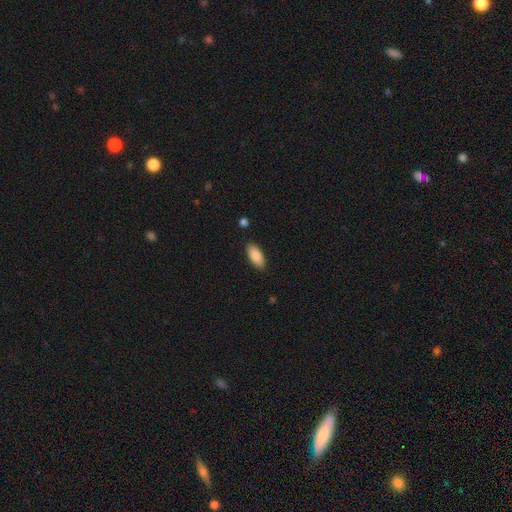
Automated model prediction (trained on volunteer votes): smooth-or-featured: smooth: 87% | featured or disk: 7% | star or artifact: 6%
  how-rounded: in between: 87% | cigar-shaped: 11% | round: 2%
  merging: none: 87% | minor disturbance: 10% | major disturbance: 2% | merger: 1%